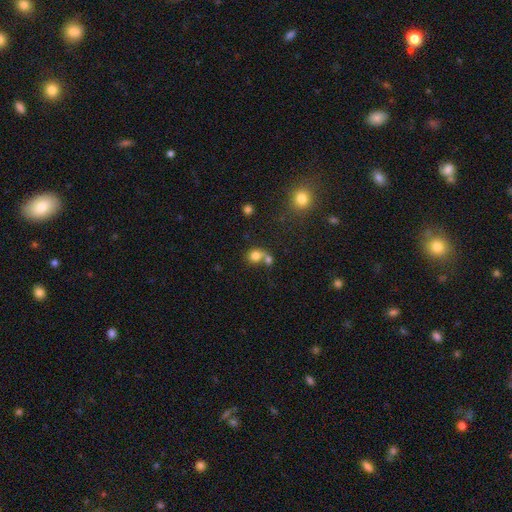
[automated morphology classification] Q: Smooth or featured?
A: smooth (77%); runner-up: star or artifact (12%)
Q: How rounded?
A: round (73%); runner-up: in between (26%)
Q: Merging?
A: merger (51%); runner-up: none (34%)